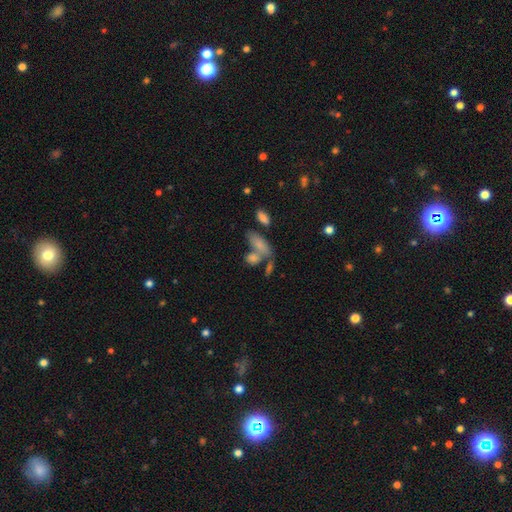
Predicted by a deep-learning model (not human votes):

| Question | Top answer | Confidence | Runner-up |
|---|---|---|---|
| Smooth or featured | smooth | 71% | featured or disk (18%) |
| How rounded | in between | 78% | cigar-shaped (12%) |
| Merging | merger | 43% | none (37%) |